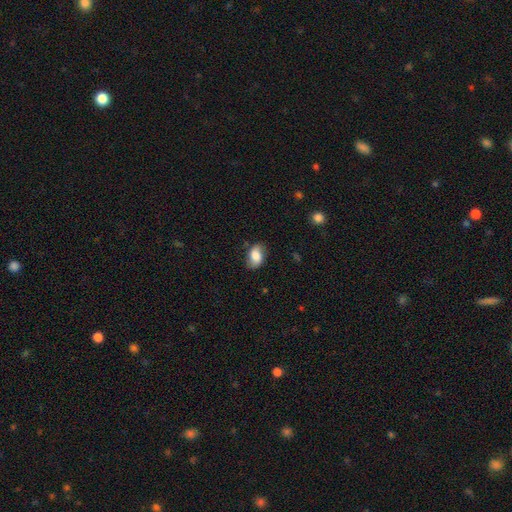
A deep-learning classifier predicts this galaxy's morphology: smooth 74%, featured or disk 18%, star or artifact 8%. Down the decision tree: how rounded — in between (86%); merging — none (74%).